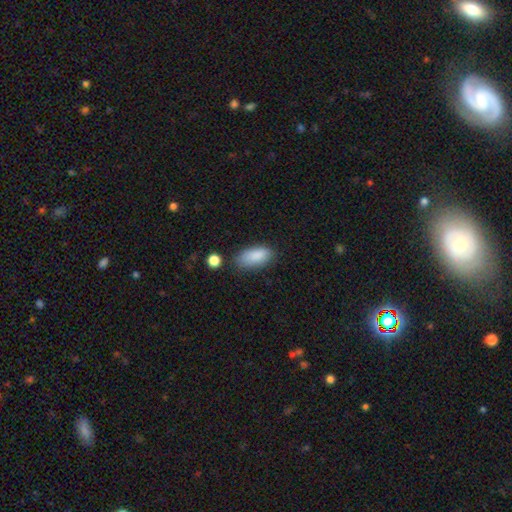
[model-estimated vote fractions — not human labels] Smooth or featured?
  - smooth: 87% *
  - star or artifact: 7%
  - featured or disk: 6%
How rounded?
  - in between: 88% *
  - cigar-shaped: 9%
  - round: 3%
Merging?
  - none: 72% *
  - minor disturbance: 19%
  - major disturbance: 5%
  - merger: 4%